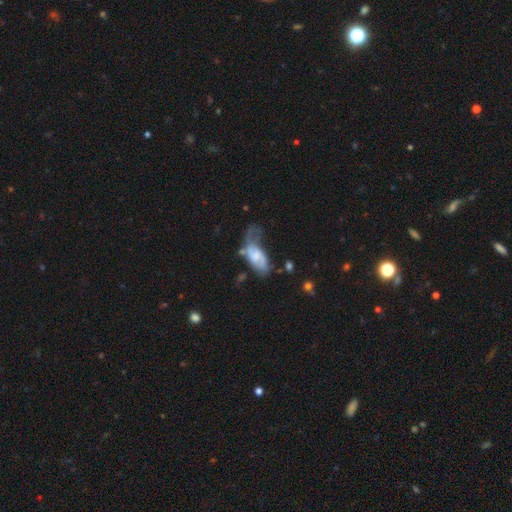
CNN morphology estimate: Smooth or featured? featured or disk (56%)
Edge-on disk? no (92%)
Bar? no (54%)
Spiral arms? yes (73%)
Bulge size? moderate (33%)
Merging? major disturbance (44%)